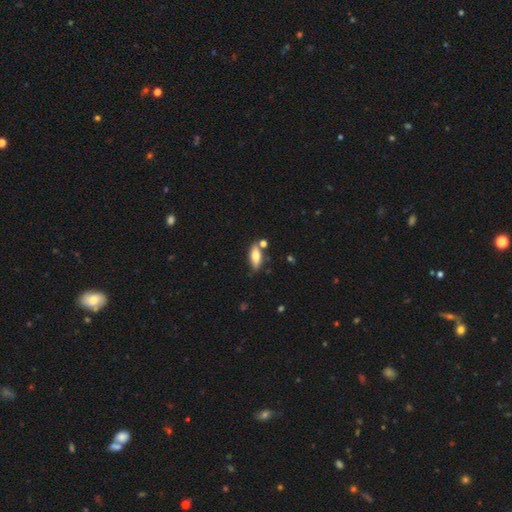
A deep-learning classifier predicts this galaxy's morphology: A smooth galaxy with no disk features (68%) that is in between round and cigar-shaped (70%). Merging: none (64%).